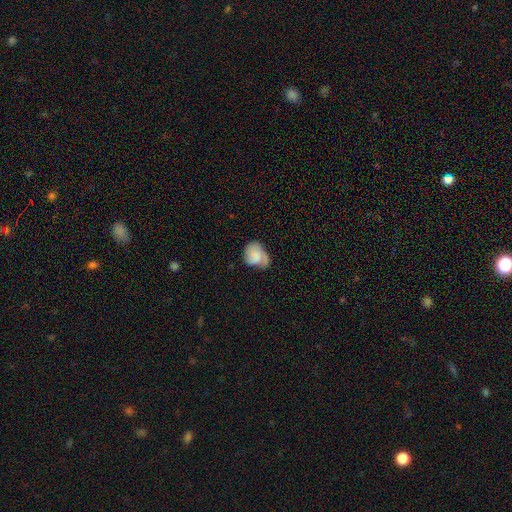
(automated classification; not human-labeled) smooth-or-featured: smooth: 52% | featured or disk: 40% | star or artifact: 8%
  how-rounded: in between: 56% | round: 43% | cigar-shaped: 1%
  merging: none: 44% | minor disturbance: 34% | major disturbance: 20% | merger: 2%